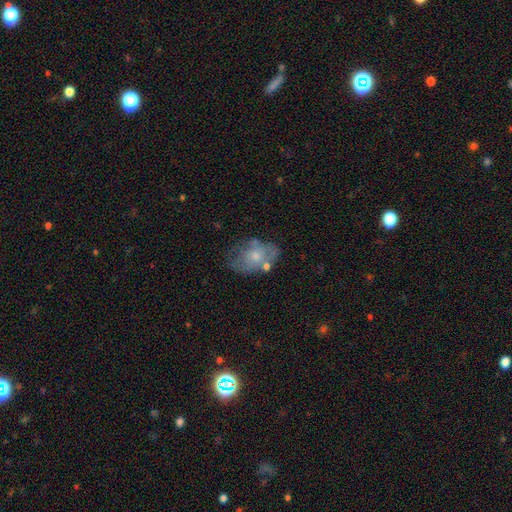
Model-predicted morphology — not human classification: The model was most divided on "smooth or featured": smooth: 52%, featured or disk: 40%, star or artifact: 8%. Remaining: how rounded — in between (81%); merging — none (47%).